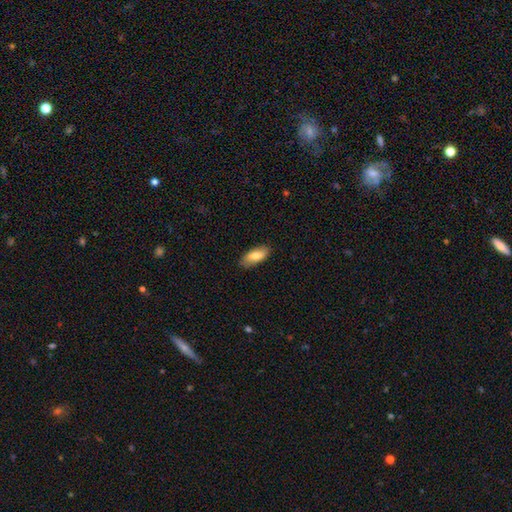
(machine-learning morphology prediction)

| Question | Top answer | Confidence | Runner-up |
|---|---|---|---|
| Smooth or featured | smooth | 77% | featured or disk (17%) |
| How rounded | in between | 82% | cigar-shaped (15%) |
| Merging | none | 86% | minor disturbance (11%) |